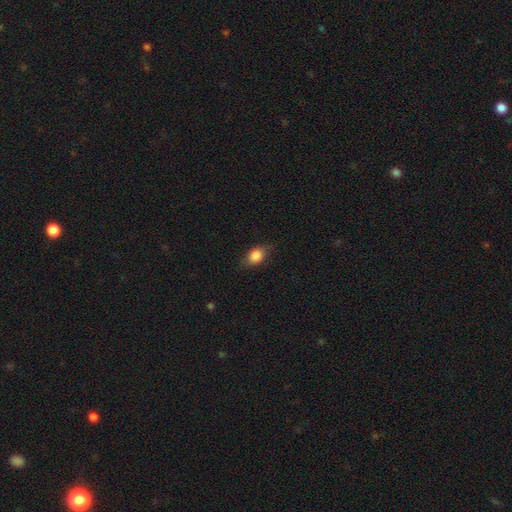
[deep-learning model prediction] smooth 83%, featured or disk 9%, star or artifact 8%. Down the decision tree: how rounded — in between (70%); merging — none (73%).